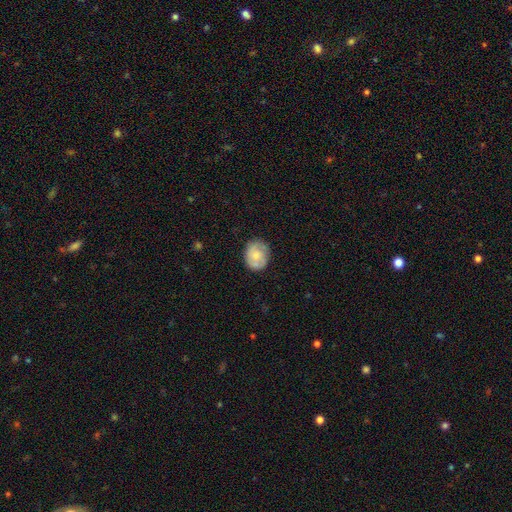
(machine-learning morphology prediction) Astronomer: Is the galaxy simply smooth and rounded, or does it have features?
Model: smooth — 56% (runner-up: featured or disk, 37%).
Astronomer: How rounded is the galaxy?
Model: round — 60% (runner-up: in between, 39%).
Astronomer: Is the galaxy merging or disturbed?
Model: none — 75%.